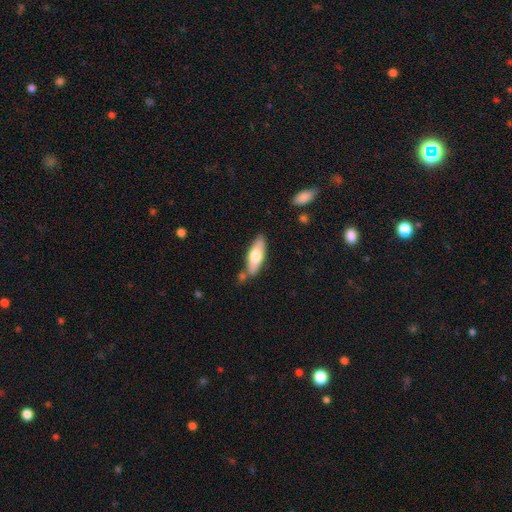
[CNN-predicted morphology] Smooth or featured: smooth — 63% (featured or disk — 32%)
How rounded: in between — 57% (cigar-shaped — 41%)
Merging: none — 76% (minor disturbance — 14%)